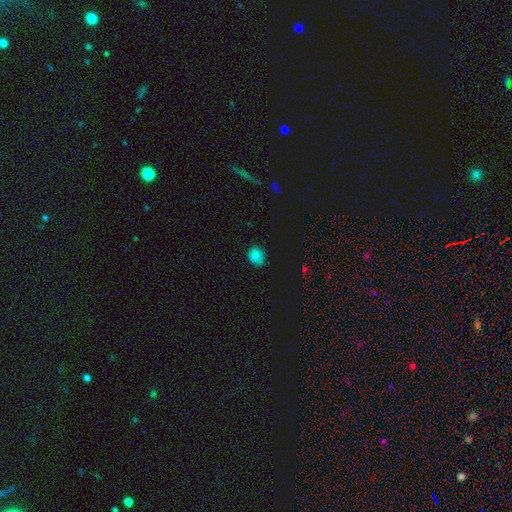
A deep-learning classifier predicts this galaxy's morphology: Q: Smooth or featured?
A: smooth (83%); runner-up: star or artifact (13%)
Q: How rounded?
A: round (52%); runner-up: in between (47%)
Q: Merging?
A: none (78%); runner-up: minor disturbance (17%)